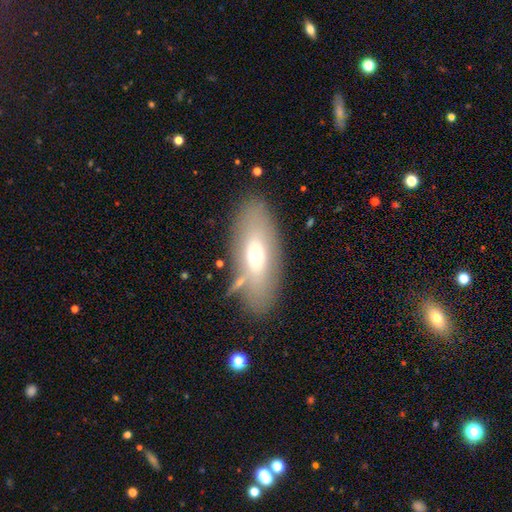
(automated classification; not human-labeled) Smooth or featured? Predicted: smooth (p=0.60). How rounded? Predicted: in between (p=0.79). Merging? Predicted: none (p=0.73).